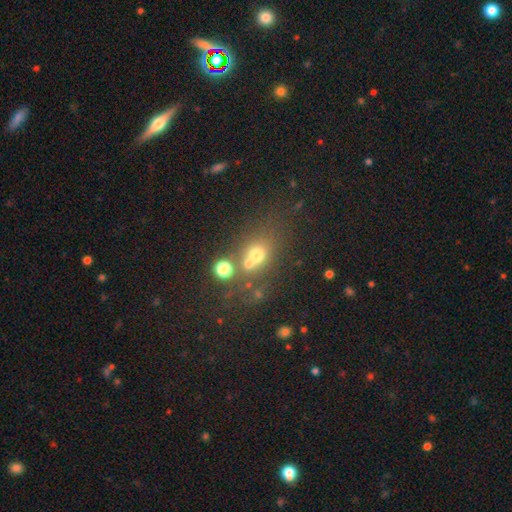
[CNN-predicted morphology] type=smooth (60%); roundness=round (63%); merging=none (46%).